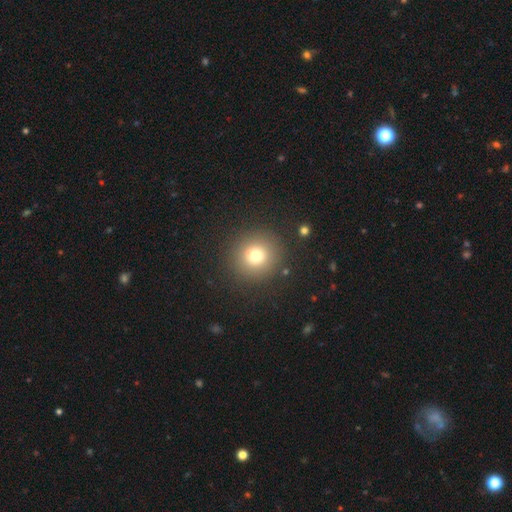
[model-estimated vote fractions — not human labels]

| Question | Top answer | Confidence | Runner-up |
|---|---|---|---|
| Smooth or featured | smooth | 74% | star or artifact (15%) |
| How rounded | round | 93% | in between (6%) |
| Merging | none | 88% | minor disturbance (7%) |